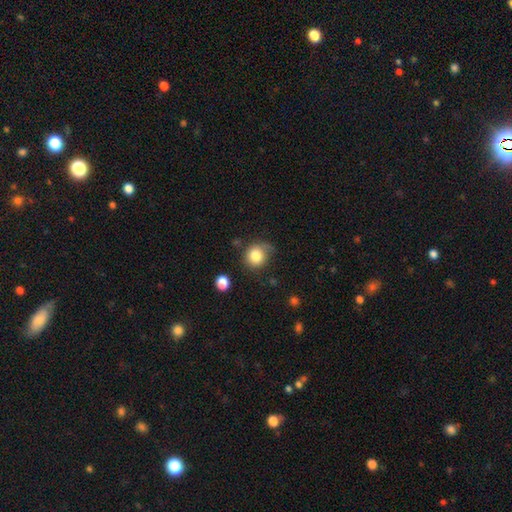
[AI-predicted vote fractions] Smooth or featured?
  - smooth: 82% *
  - star or artifact: 10%
  - featured or disk: 9%
How rounded?
  - round: 81% *
  - in between: 18%
  - cigar-shaped: 1%
Merging?
  - none: 61% *
  - minor disturbance: 26%
  - major disturbance: 9%
  - merger: 4%